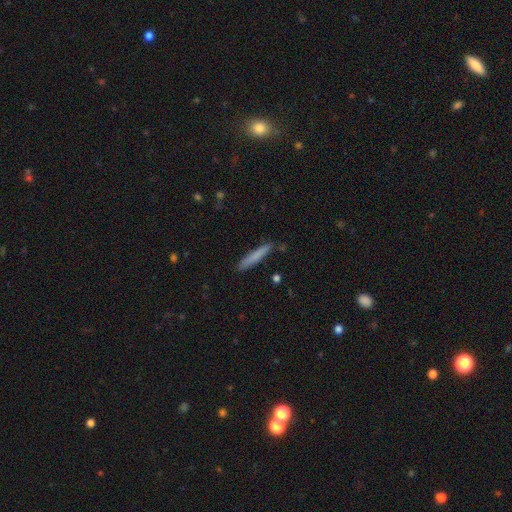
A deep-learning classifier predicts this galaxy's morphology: This is likely a smooth galaxy (78%). How rounded: clearly cigar-shaped (95%). Merging: clearly none (87%).